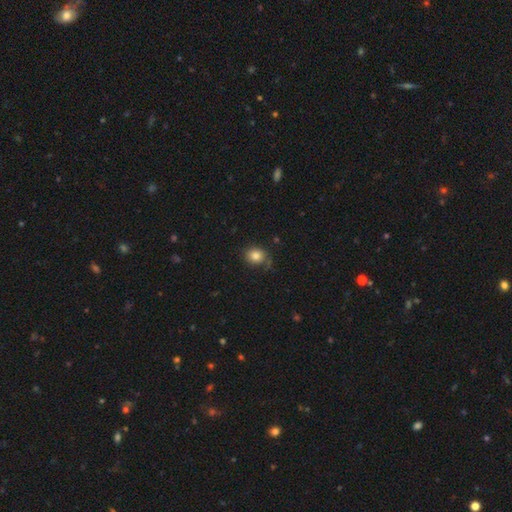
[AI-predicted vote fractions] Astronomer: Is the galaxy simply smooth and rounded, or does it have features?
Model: smooth — 82%.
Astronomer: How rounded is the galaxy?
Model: round — 70%.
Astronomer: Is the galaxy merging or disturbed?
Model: none — 73%.